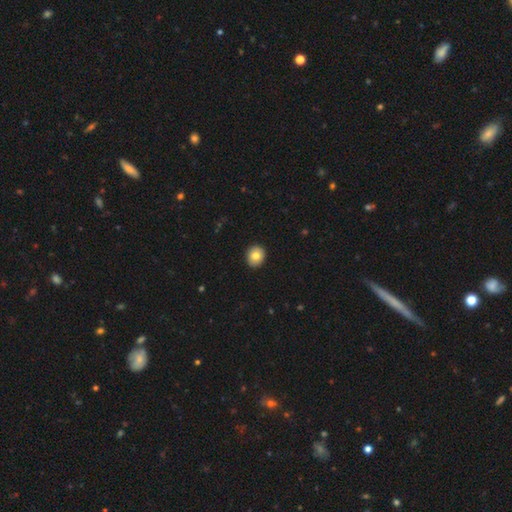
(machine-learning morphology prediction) Smooth or featured: smooth — 80% (featured or disk — 11%)
How rounded: round — 81% (in between — 18%)
Merging: none — 92% (minor disturbance — 6%)